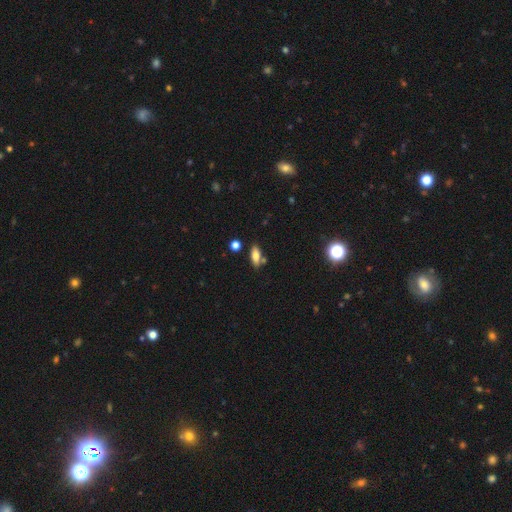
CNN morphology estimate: type=smooth (77%); roundness=in between (79%); merging=none (73%).